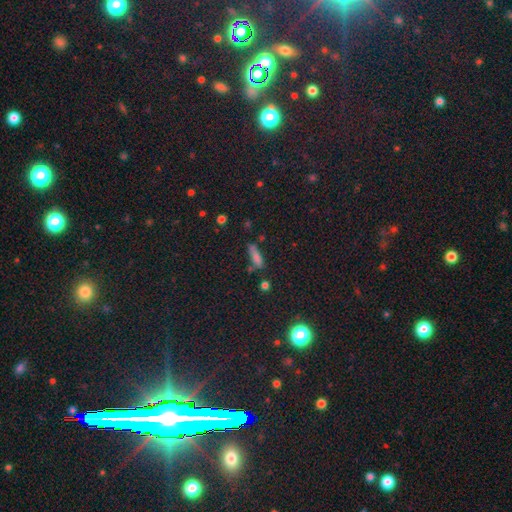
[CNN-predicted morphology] smooth-or-featured: smooth: 74% | star or artifact: 15% | featured or disk: 11%
  how-rounded: cigar-shaped: 61% | in between: 35% | round: 4%
  merging: none: 61% | minor disturbance: 22% | merger: 9% | major disturbance: 8%